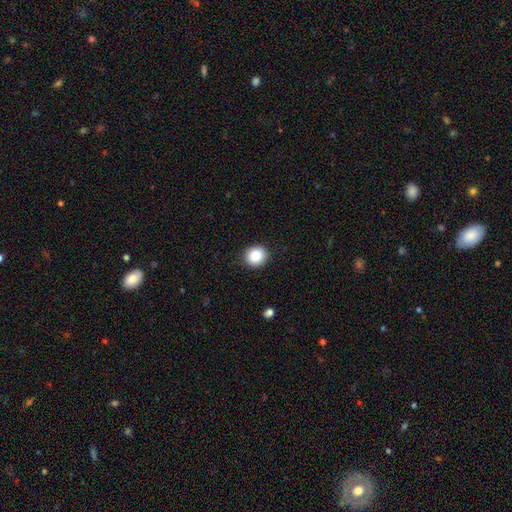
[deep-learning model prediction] Q: Smooth or featured?
A: smooth (86%); runner-up: star or artifact (9%)
Q: How rounded?
A: round (87%); runner-up: in between (12%)
Q: Merging?
A: none (91%); runner-up: minor disturbance (6%)